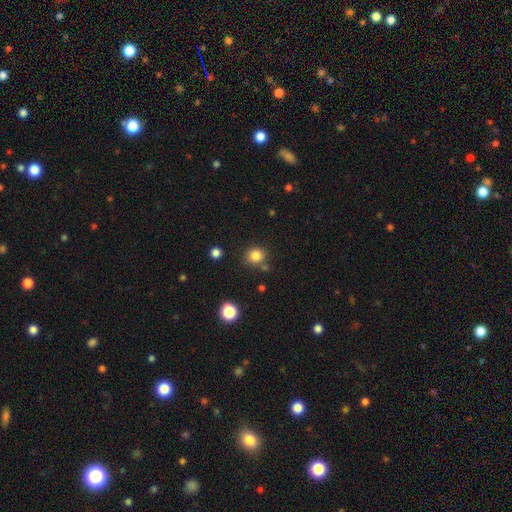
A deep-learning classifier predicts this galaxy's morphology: Q: Smooth or featured?
A: smooth (83%); runner-up: star or artifact (12%)
Q: How rounded?
A: round (85%); runner-up: in between (14%)
Q: Merging?
A: none (77%); runner-up: minor disturbance (12%)